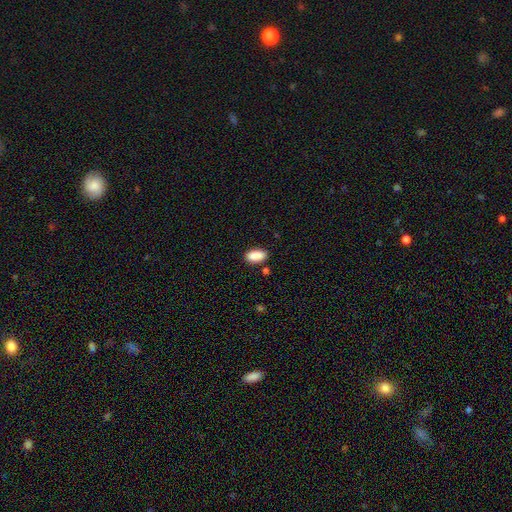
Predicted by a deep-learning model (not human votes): A smooth galaxy with no disk features (90%) that is in between round and cigar-shaped (92%).

Vote fractions:
- Smooth or featured? smooth: 90% / star or artifact: 7% / featured or disk: 3%
- How rounded? in between: 92% / cigar-shaped: 5% / round: 3%
- Merging? none: 84% / minor disturbance: 10% / merger: 3% / major disturbance: 2%